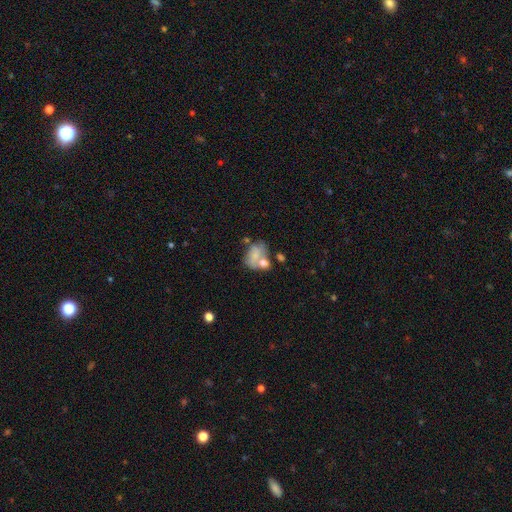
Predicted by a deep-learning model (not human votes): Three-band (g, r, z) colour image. It shows a smooth galaxy with no disk features (57%) that is in between round and cigar-shaped (71%). Merging: merger (42%).